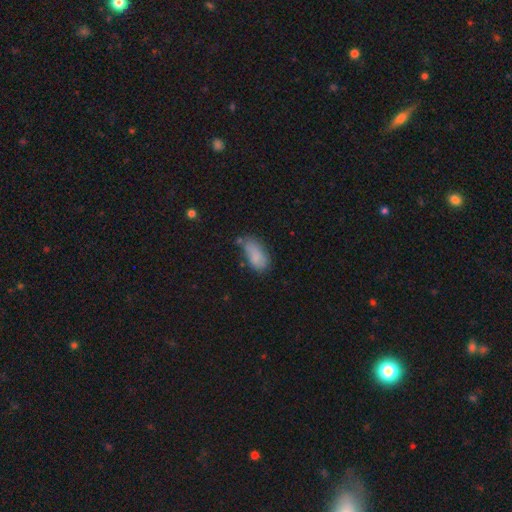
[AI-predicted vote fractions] smooth-or-featured: smooth: 82% | featured or disk: 10% | star or artifact: 8%
  how-rounded: in between: 90% | cigar-shaped: 7% | round: 3%
  merging: none: 48% | minor disturbance: 32% | major disturbance: 12% | merger: 9%